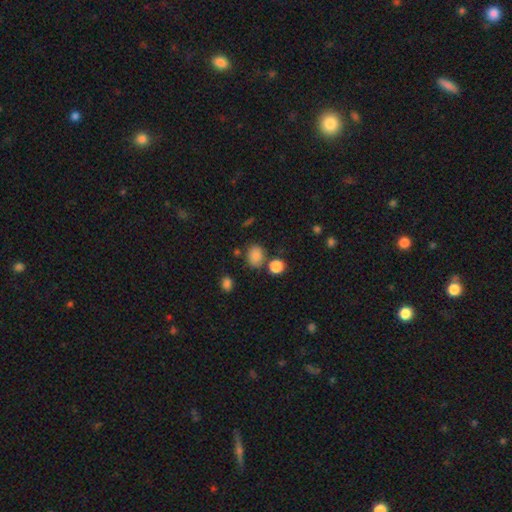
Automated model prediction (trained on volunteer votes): This is clearly a smooth galaxy (83%). How rounded: possibly round (55%). Merging: likely none (71%).